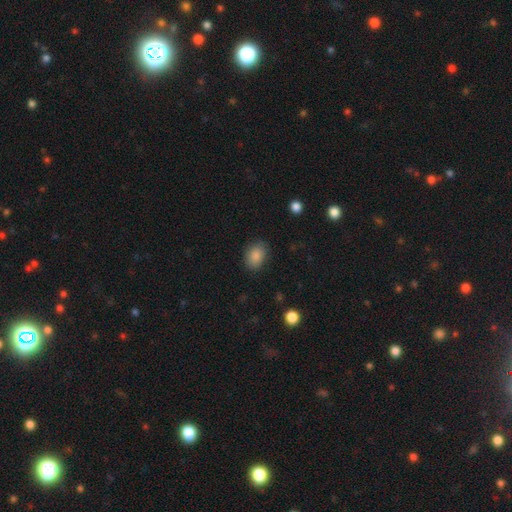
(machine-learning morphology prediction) Overall: smooth (87%). How rounded: in between (71%). Merging: none (84%).